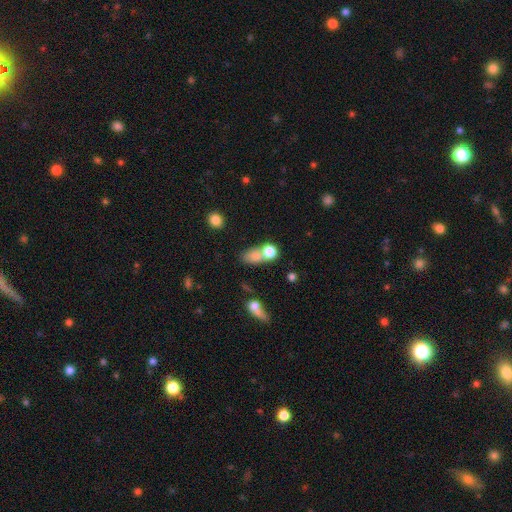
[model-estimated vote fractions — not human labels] Overall: smooth (74%). How rounded: in between (57%; round 37%). Merging: merger (47%; none 34%).